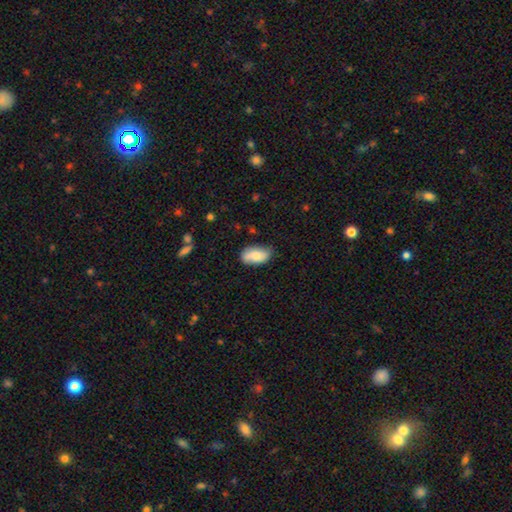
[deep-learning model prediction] Smooth or featured?
  - smooth: 76% *
  - featured or disk: 17%
  - star or artifact: 7%
How rounded?
  - in between: 93% *
  - round: 4%
  - cigar-shaped: 3%
Merging?
  - none: 69% *
  - minor disturbance: 24%
  - major disturbance: 4%
  - merger: 2%